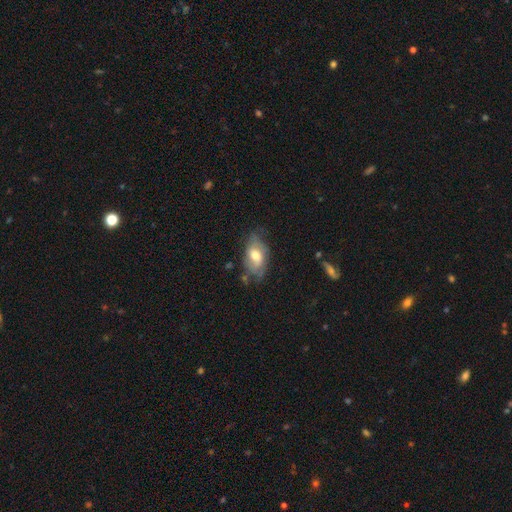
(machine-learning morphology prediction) smooth_or_featured: smooth (p=0.55) [alt: featured or disk p=0.38]
how_rounded: in between (p=0.92) [alt: round p=0.06]
merging: none (p=0.55) [alt: minor disturbance p=0.31]